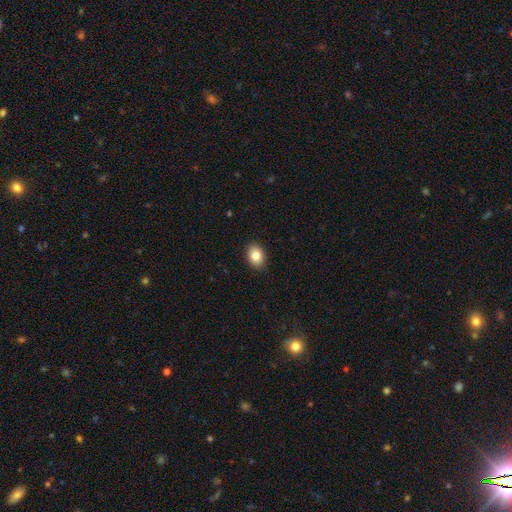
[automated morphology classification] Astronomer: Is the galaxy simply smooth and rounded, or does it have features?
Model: smooth — 85%.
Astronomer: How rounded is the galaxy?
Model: in between — 75%.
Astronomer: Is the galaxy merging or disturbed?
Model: none — 90%.